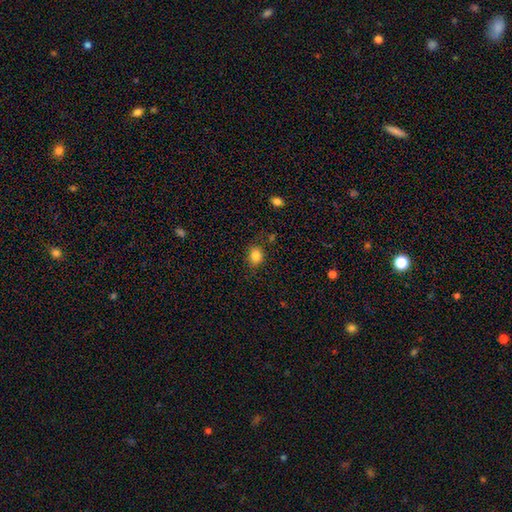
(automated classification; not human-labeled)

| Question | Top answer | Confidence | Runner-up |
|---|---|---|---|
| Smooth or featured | smooth | 84% | star or artifact (11%) |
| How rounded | round | 51% | in between (48%) |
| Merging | none | 78% | minor disturbance (15%) |